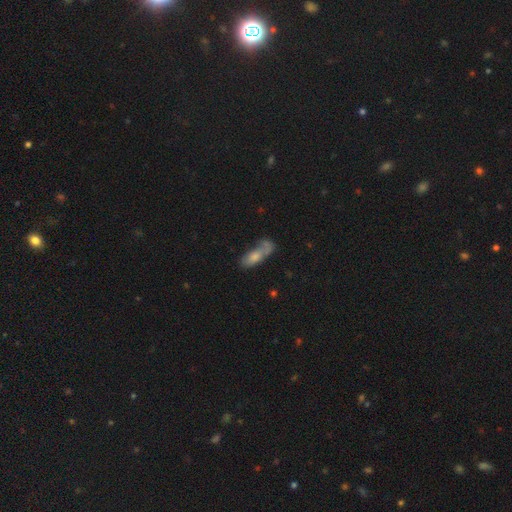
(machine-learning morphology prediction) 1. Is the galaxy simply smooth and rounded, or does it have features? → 65% smooth, 26% featured or disk, 9% star or artifact.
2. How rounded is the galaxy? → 66% in between, 30% cigar-shaped, 4% round.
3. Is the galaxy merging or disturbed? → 32% none, 28% merger, 20% major disturbance, 20% minor disturbance.